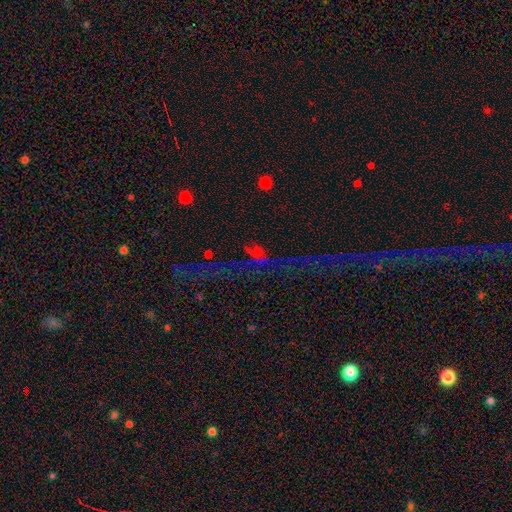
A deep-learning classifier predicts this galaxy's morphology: Q: Smooth or featured?
A: star or artifact (66%); runner-up: smooth (21%)